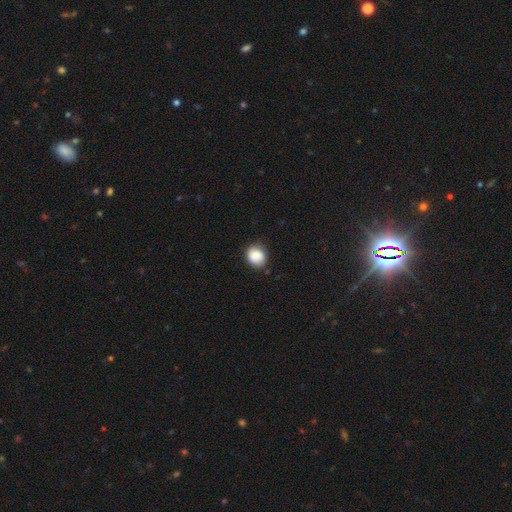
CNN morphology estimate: This is clearly a smooth galaxy (84%). How rounded: likely round (77%). Merging: likely none (78%).